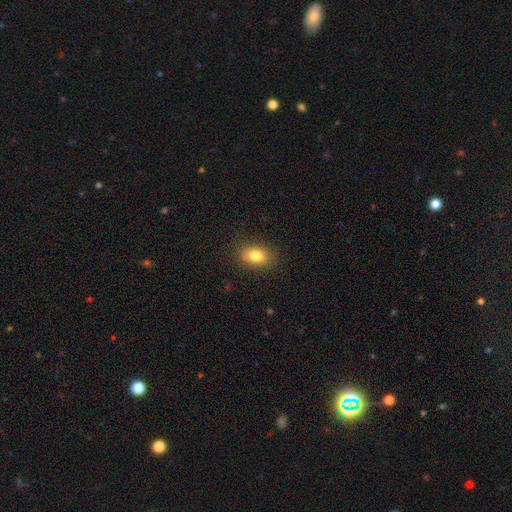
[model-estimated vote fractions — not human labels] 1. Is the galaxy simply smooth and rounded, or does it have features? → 82% smooth, 9% star or artifact, 9% featured or disk.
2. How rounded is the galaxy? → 78% in between, 20% round, 2% cigar-shaped.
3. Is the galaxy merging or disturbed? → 85% none, 11% minor disturbance, 3% major disturbance, 1% merger.